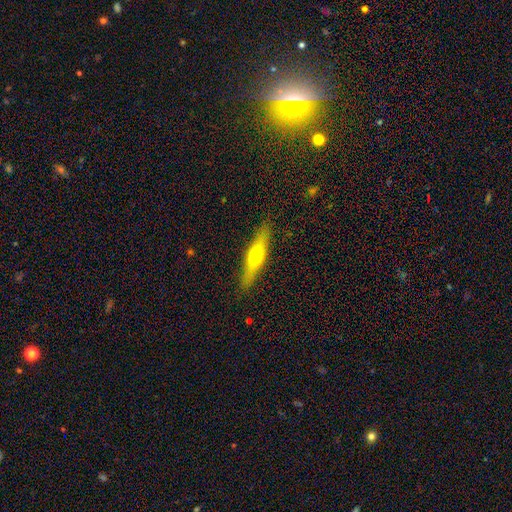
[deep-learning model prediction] A featured or disk galaxy (53%) viewed edge-on (91%).

Vote fractions:
- Smooth or featured? featured or disk: 53% / smooth: 41% / star or artifact: 6%
- Edge-on disk? yes: 91% / no: 9%
- Merging? none: 89% / minor disturbance: 8% / major disturbance: 2% / merger: 1%